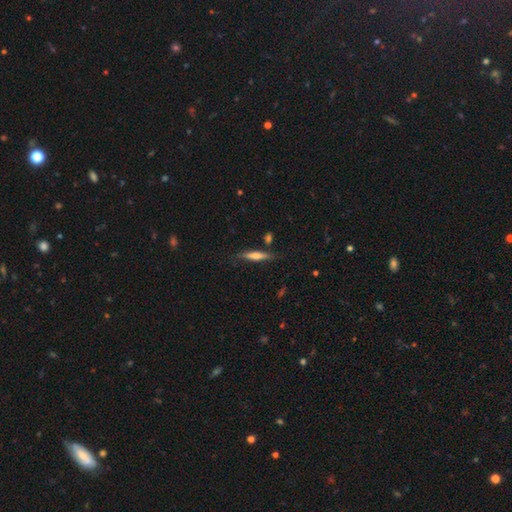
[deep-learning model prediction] Smooth or featured?
  - smooth: 51% *
  - featured or disk: 43%
  - star or artifact: 6%
How rounded?
  - cigar-shaped: 85% *
  - in between: 13%
  - round: 2%
Merging?
  - none: 77% *
  - minor disturbance: 15%
  - merger: 4%
  - major disturbance: 3%